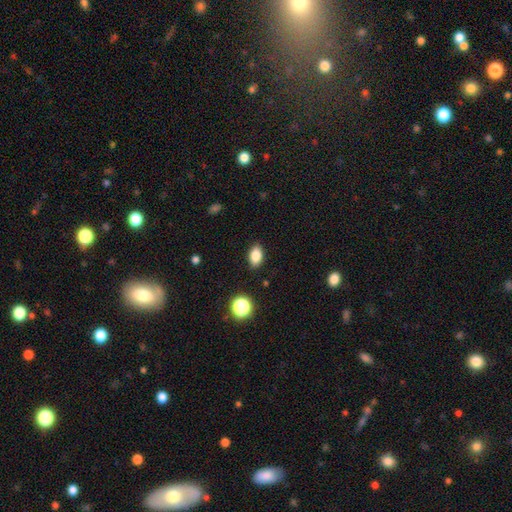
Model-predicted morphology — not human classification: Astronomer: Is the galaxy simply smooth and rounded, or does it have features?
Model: smooth — 83%.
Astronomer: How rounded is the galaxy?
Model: in between — 87%.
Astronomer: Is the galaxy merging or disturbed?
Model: none — 88%.